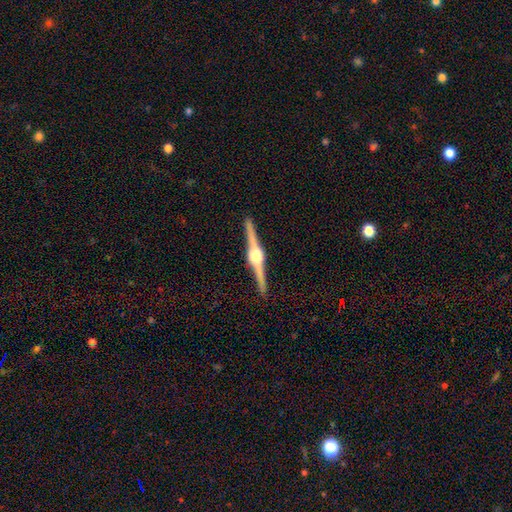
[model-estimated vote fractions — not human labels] Overall: featured or disk (90%). Edge-on disk: yes (99%). Edge-on bulge: rounded (92%). Merging: none (93%).